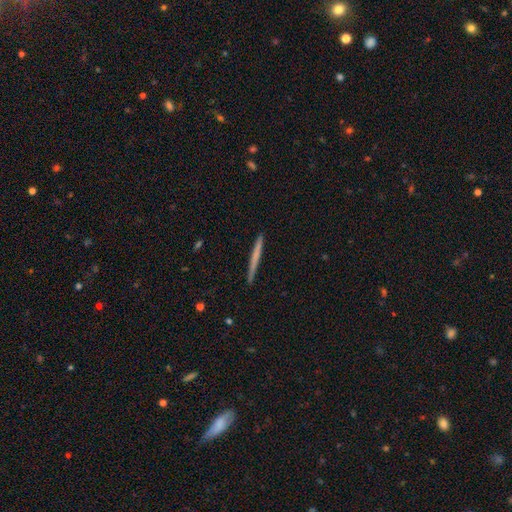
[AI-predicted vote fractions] smooth 55%, featured or disk 40%, star or artifact 5%. Down the decision tree: how rounded — cigar-shaped (97%); merging — none (92%).